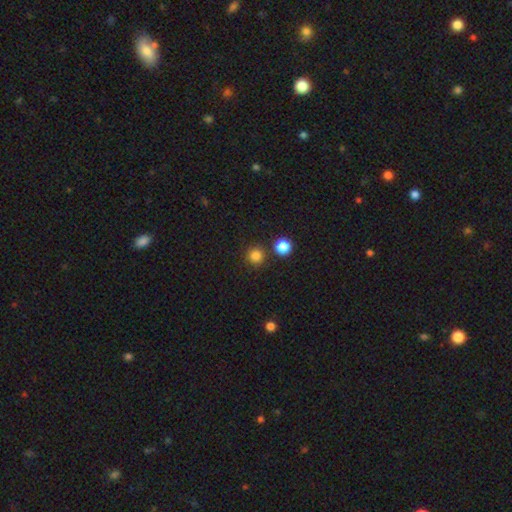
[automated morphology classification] Q: Smooth or featured?
A: smooth (82%); runner-up: star or artifact (14%)
Q: How rounded?
A: round (94%); runner-up: in between (5%)
Q: Merging?
A: none (83%); runner-up: merger (8%)